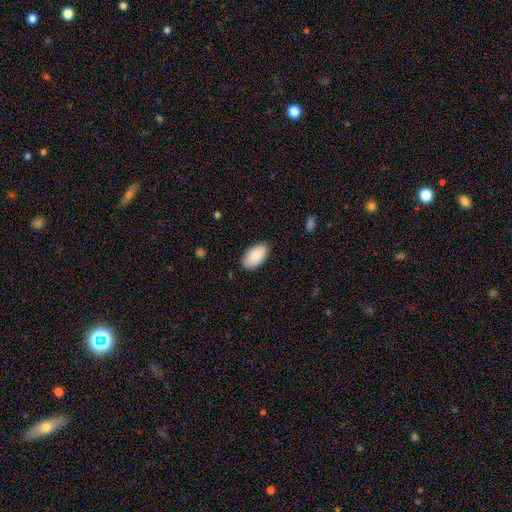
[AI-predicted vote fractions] smooth-or-featured: smooth: 88% | star or artifact: 6% | featured or disk: 6%
  how-rounded: in between: 96% | round: 2% | cigar-shaped: 2%
  merging: none: 85% | minor disturbance: 12% | major disturbance: 2% | merger: 1%